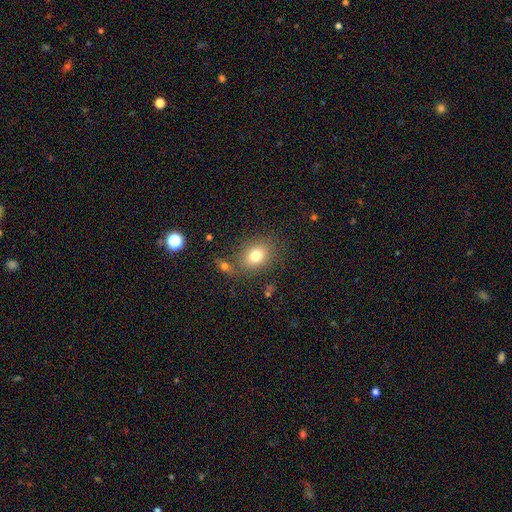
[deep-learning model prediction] Smooth or featured: smooth — 77% (star or artifact — 12%)
How rounded: in between — 55% (round — 44%)
Merging: none — 73% (minor disturbance — 13%)